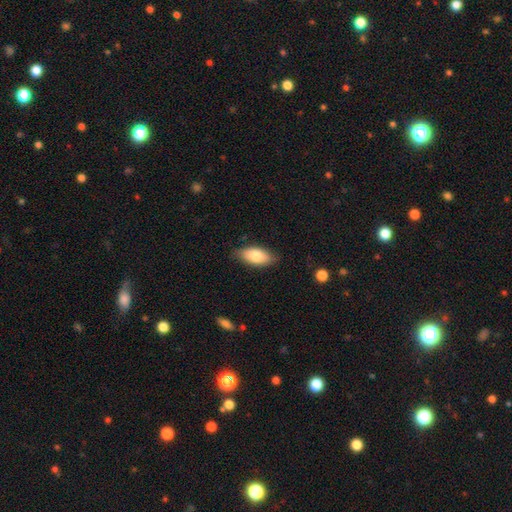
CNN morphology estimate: type=smooth (81%); roundness=in between (90%); merging=none (81%).